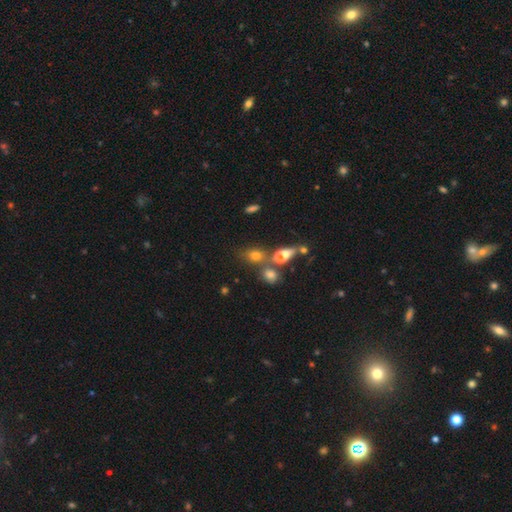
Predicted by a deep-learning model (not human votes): The model was most divided on "merging": none: 45%, merger: 38%, minor disturbance: 11%, major disturbance: 6%. More confident: smooth or featured — smooth (68%); how rounded — in between (53%).